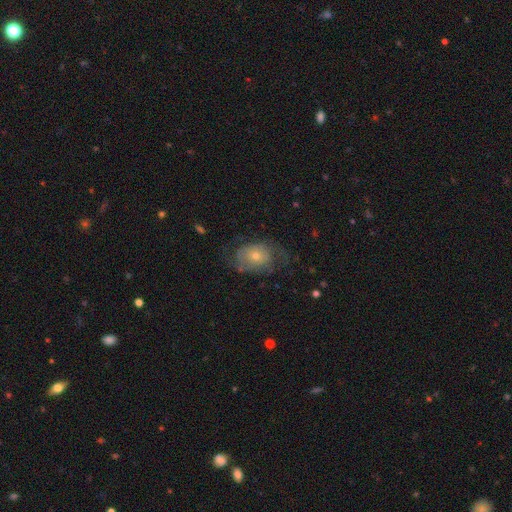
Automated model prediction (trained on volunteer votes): smooth-or-featured: featured or disk: 57% | smooth: 32% | star or artifact: 10%
  disk-edge-on: no: 95% | yes: 5%
    bar: no: 81% | weak: 16% | strong: 3%
    has-spiral-arms: yes: 70% | no: 30%
    bulge-size: small: 55% | moderate: 38% | large: 3% | none: 2% | dominant: 1%
  merging: none: 57% | minor disturbance: 23% | major disturbance: 19% | merger: 1%